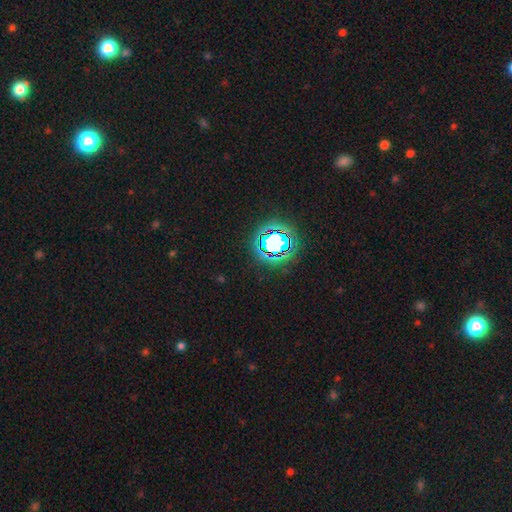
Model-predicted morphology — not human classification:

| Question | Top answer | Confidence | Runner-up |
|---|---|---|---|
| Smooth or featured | star or artifact | 80% | smooth (12%) |